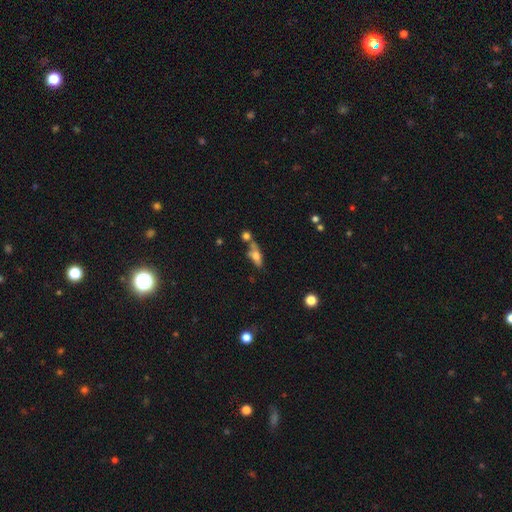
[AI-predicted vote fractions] Overall: smooth (60%; featured or disk 30%). How rounded: in between (61%; cigar-shaped 34%). Merging: none (47%; merger 30%).